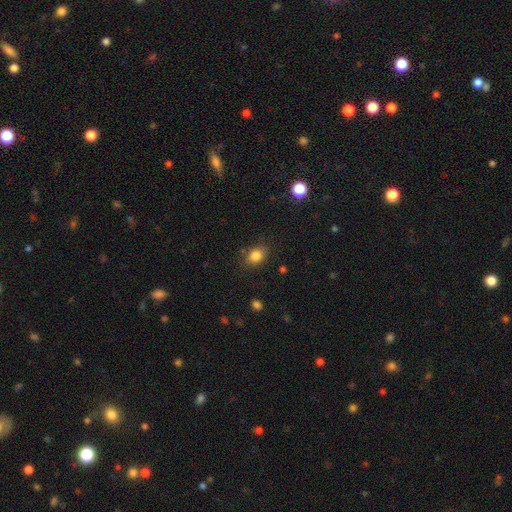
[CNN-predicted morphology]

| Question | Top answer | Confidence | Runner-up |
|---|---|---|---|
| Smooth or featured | smooth | 83% | star or artifact (11%) |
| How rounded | in between | 59% | round (40%) |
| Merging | none | 79% | minor disturbance (15%) |